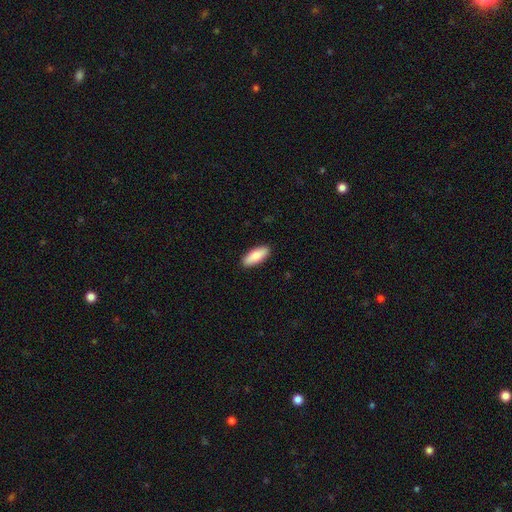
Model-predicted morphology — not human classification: A smooth galaxy with no disk features (79%) that is in between round and cigar-shaped (76%).

Vote fractions:
- Smooth or featured? smooth: 79% / featured or disk: 15% / star or artifact: 6%
- How rounded? in between: 76% / cigar-shaped: 22% / round: 2%
- Merging? none: 90% / minor disturbance: 8% / major disturbance: 2% / merger: 1%